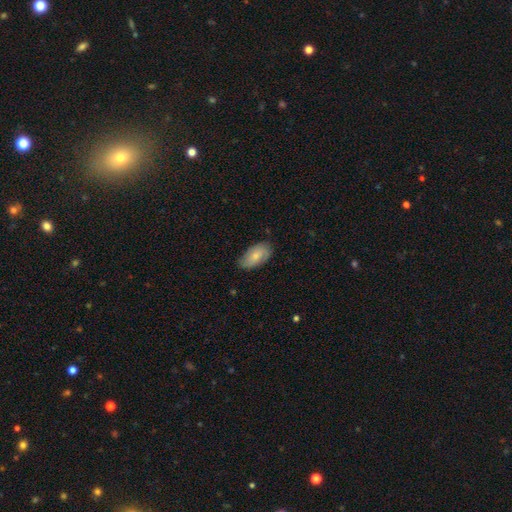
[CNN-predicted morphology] smooth_or_featured: smooth (p=0.73) [alt: featured or disk p=0.21]
how_rounded: in between (p=0.94) [alt: round p=0.03]
merging: none (p=0.74) [alt: minor disturbance p=0.21]